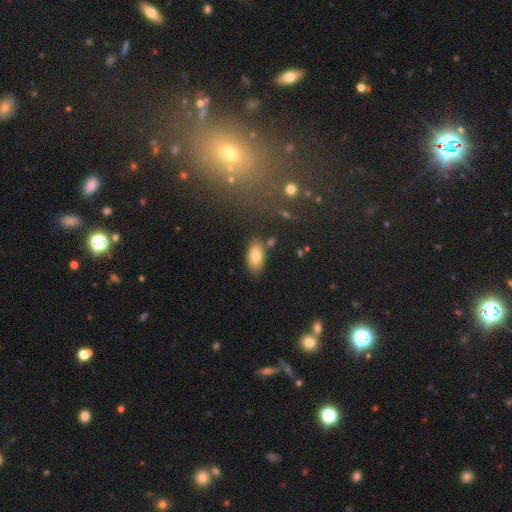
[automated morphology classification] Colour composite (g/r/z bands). It shows a smooth galaxy with no disk features (79%) that is in between round and cigar-shaped (92%). Merging: none (77%).